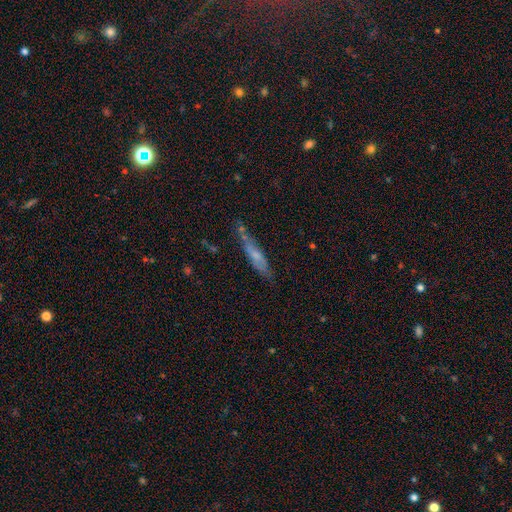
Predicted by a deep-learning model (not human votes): smooth_or_featured: smooth (p=0.52) [alt: featured or disk p=0.40]
how_rounded: cigar-shaped (p=0.78) [alt: in between p=0.20]
merging: none (p=0.60) [alt: minor disturbance p=0.25]